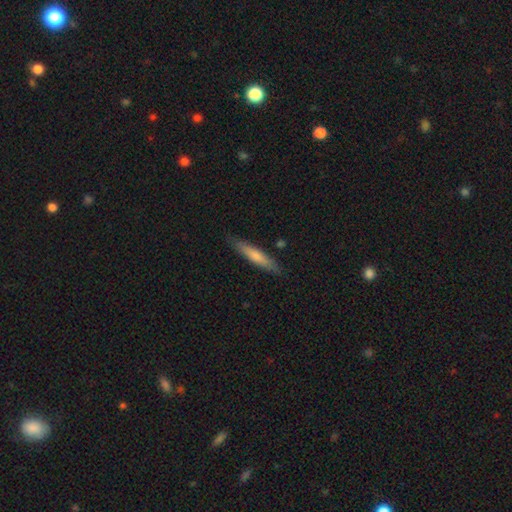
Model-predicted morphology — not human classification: Q: Smooth or featured?
A: smooth (64%); runner-up: featured or disk (30%)
Q: How rounded?
A: cigar-shaped (91%); runner-up: in between (7%)
Q: Merging?
A: none (87%); runner-up: minor disturbance (10%)